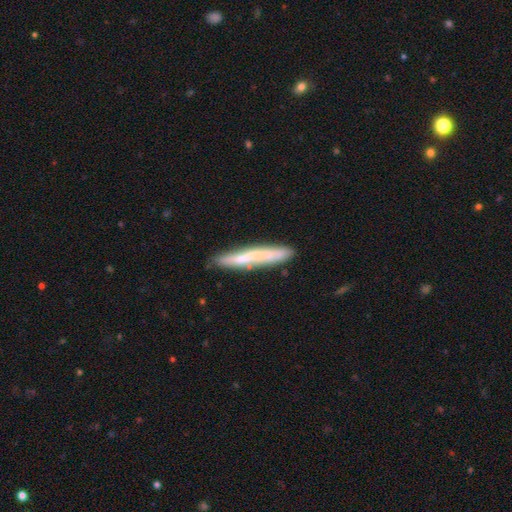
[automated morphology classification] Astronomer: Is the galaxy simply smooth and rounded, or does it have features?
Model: smooth — 49% (runner-up: featured or disk, 44%).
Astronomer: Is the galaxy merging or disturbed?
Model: none — 75%.